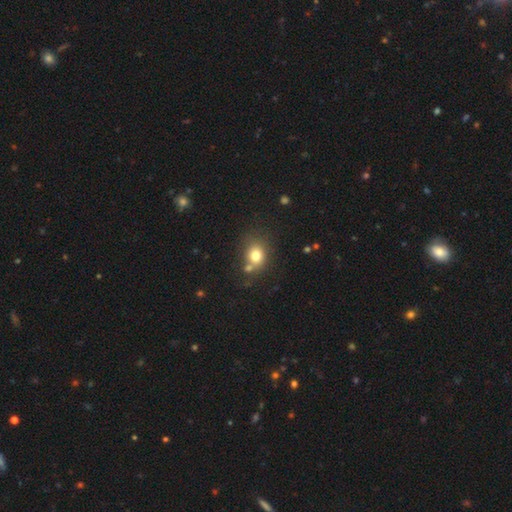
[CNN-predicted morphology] Smooth or featured?
  - smooth: 77% *
  - star or artifact: 12%
  - featured or disk: 11%
How rounded?
  - round: 62% *
  - in between: 37%
  - cigar-shaped: 1%
Merging?
  - none: 59% *
  - merger: 21%
  - minor disturbance: 14%
  - major disturbance: 6%